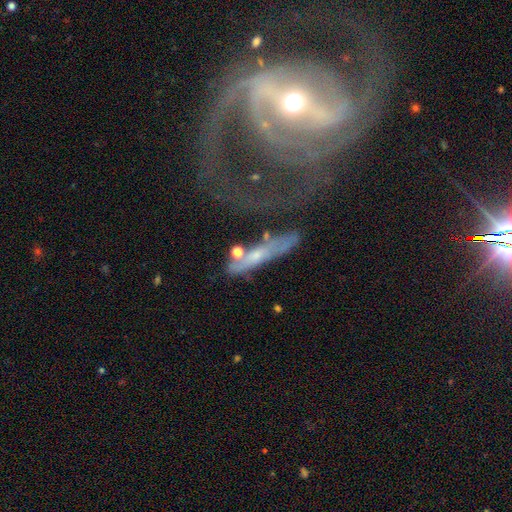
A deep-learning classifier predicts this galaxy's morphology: Smooth or featured?
  - featured or disk: 53% *
  - smooth: 38%
  - star or artifact: 9%
Edge-on disk?
  - yes: 55% *
  - no: 45%
Merging?
  - none: 53% *
  - minor disturbance: 22%
  - merger: 13%
  - major disturbance: 12%